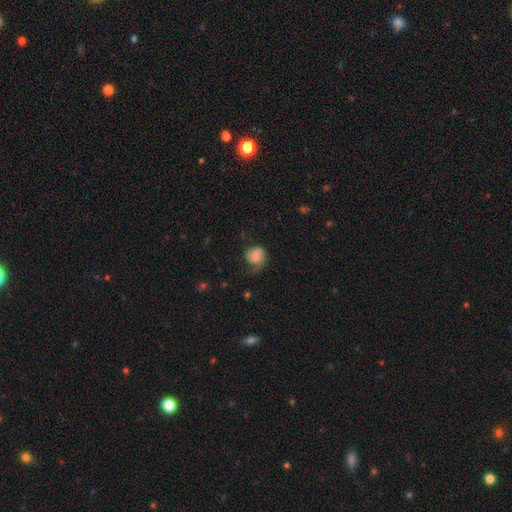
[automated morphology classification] This appears to be a smooth galaxy with no disk features (55%) that is round (68%). Merging: none (44%).